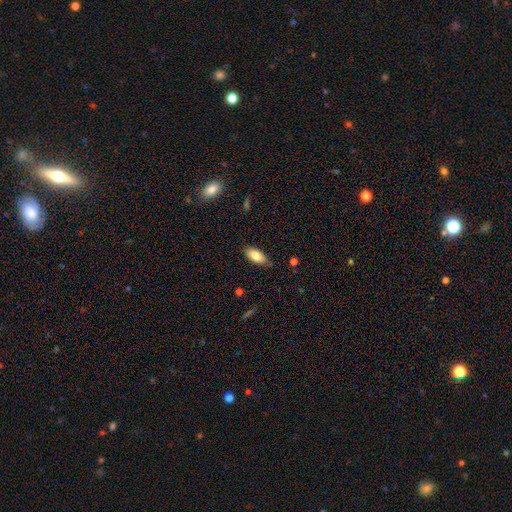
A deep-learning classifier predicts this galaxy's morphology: Smooth or featured? Predicted: smooth (p=0.79). How rounded? Predicted: in between (p=0.91). Merging? Predicted: none (p=0.80).